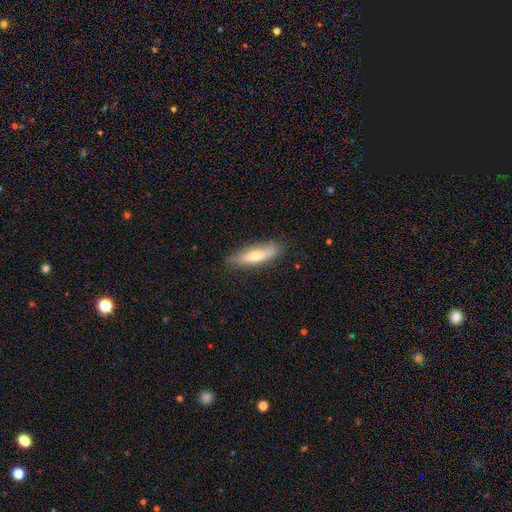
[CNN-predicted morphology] smooth_or_featured: smooth (p=0.60) [alt: featured or disk p=0.34]
how_rounded: cigar-shaped (p=0.65) [alt: in between p=0.33]
merging: none (p=0.81) [alt: minor disturbance p=0.15]